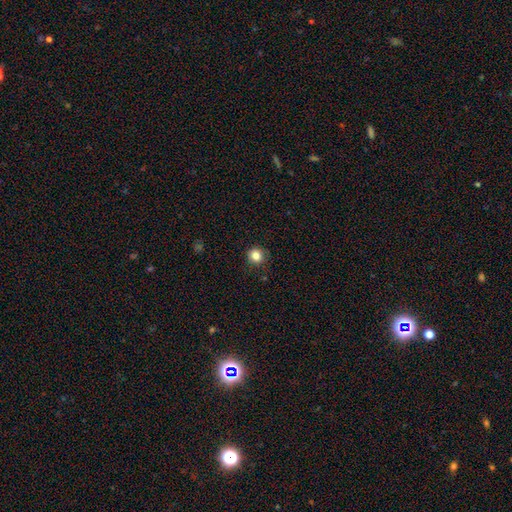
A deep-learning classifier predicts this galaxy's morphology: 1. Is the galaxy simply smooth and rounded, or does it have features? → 84% smooth, 12% star or artifact, 5% featured or disk.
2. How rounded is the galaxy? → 89% round, 10% in between, 1% cigar-shaped.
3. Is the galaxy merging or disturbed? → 86% none, 10% minor disturbance, 2% major disturbance, 1% merger.